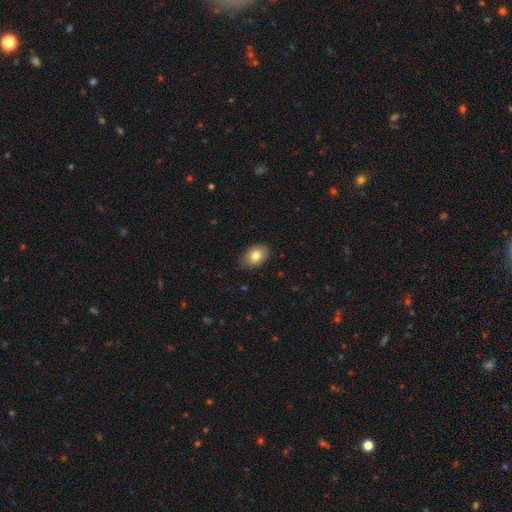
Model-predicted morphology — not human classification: Smooth or featured? smooth (81%)
How rounded? in between (86%)
Merging? none (86%)